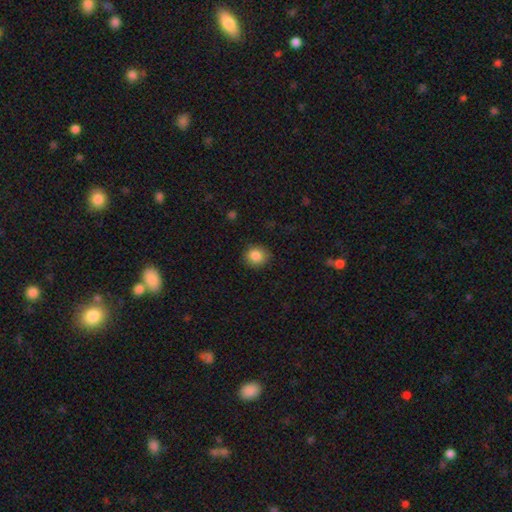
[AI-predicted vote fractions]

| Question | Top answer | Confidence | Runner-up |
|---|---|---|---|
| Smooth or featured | smooth | 86% | star or artifact (9%) |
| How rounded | round | 82% | in between (17%) |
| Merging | none | 88% | minor disturbance (9%) |